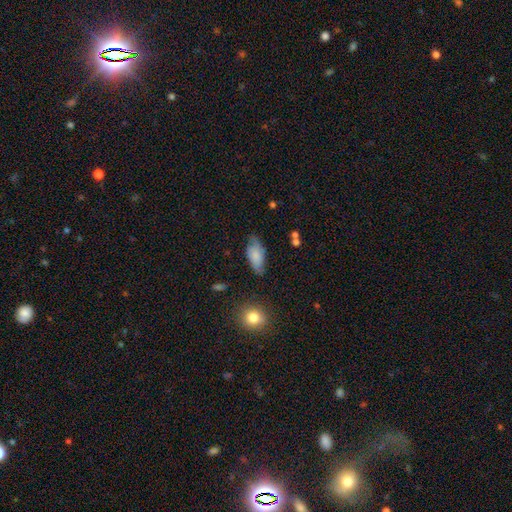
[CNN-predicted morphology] Smooth or featured: smooth — 72% (featured or disk — 21%)
How rounded: in between — 89% (cigar-shaped — 8%)
Merging: none — 62% (minor disturbance — 29%)